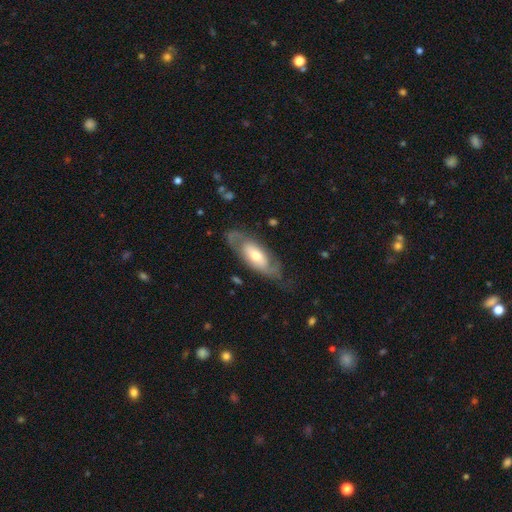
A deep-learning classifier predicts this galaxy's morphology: This appears to be a featured or disk galaxy (66%) with no bar (63%), spiral arms (74%) and a moderate central bulge (60%). Merging: none (68%).